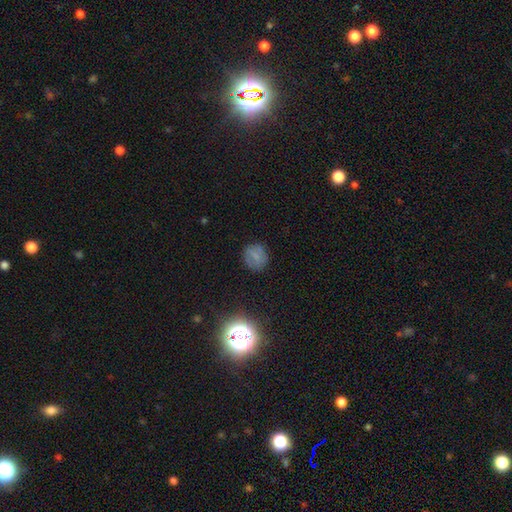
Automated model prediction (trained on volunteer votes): Smooth or featured? smooth (68%)
How rounded? round (81%)
Merging? none (80%)